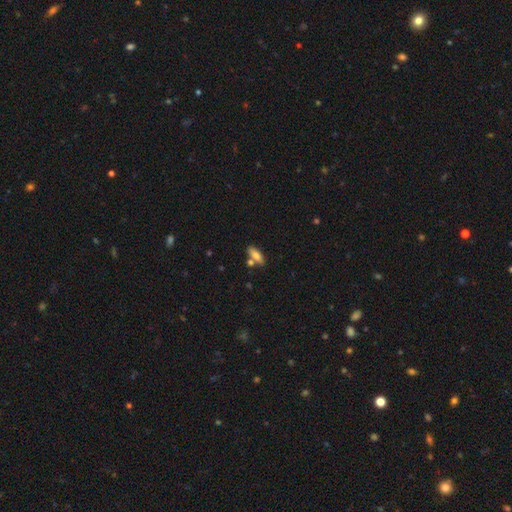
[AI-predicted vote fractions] Smooth or featured? Predicted: smooth (p=0.78). How rounded? Predicted: in between (p=0.58). Merging? Predicted: none (p=0.66).